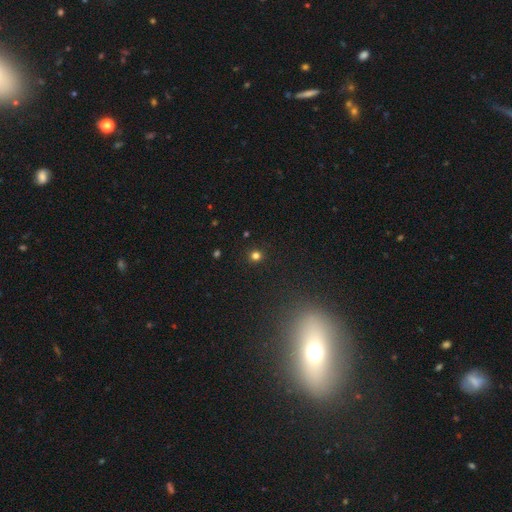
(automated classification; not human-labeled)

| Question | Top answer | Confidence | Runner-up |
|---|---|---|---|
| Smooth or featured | smooth | 76% | star or artifact (19%) |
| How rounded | round | 93% | in between (6%) |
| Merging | none | 91% | minor disturbance (5%) |